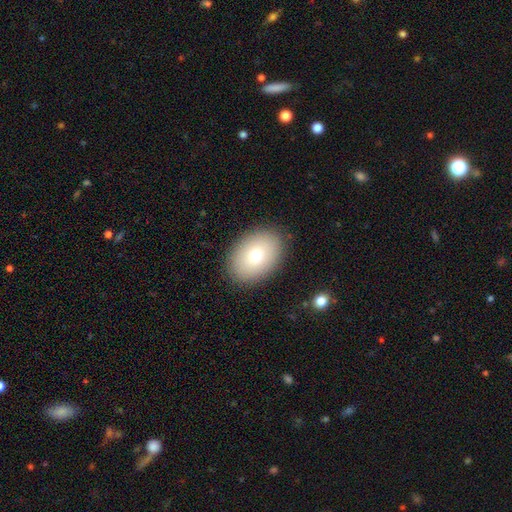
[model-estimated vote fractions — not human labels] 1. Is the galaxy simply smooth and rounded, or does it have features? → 76% smooth, 15% featured or disk, 9% star or artifact.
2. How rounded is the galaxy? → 78% in between, 21% round, 1% cigar-shaped.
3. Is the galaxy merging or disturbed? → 89% none, 8% minor disturbance, 2% major disturbance, 1% merger.